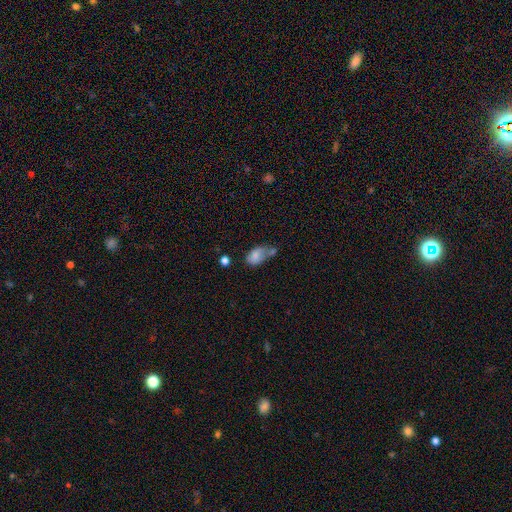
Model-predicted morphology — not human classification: This appears to be a smooth galaxy with no disk features (75%) that is in between round and cigar-shaped (86%). Merging: merger (39%).